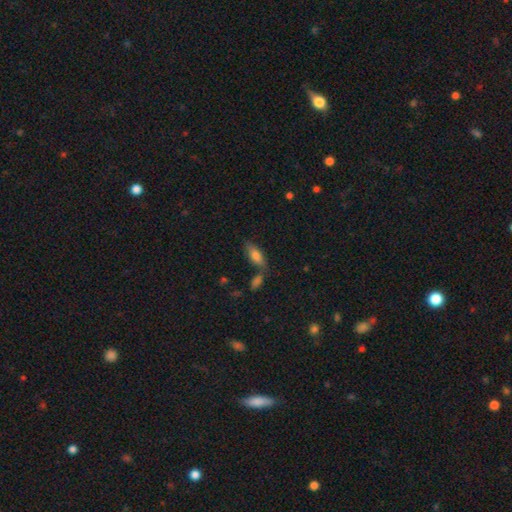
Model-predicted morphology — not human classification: The model was most divided on "merging": none: 63%, merger: 18%, minor disturbance: 15%, major disturbance: 4%. More confident: smooth or featured — smooth (76%); how rounded — in between (73%).